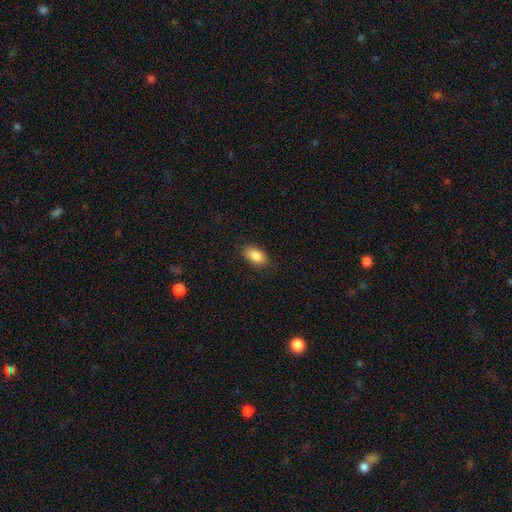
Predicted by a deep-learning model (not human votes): Smooth or featured? smooth (86%)
How rounded? in between (93%)
Merging? none (87%)